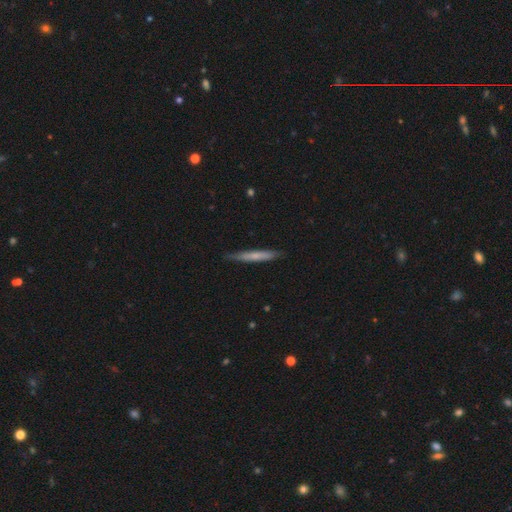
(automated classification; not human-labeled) A smooth galaxy with no disk features (59%) that is cigar-shaped (95%). Merging: none (85%).